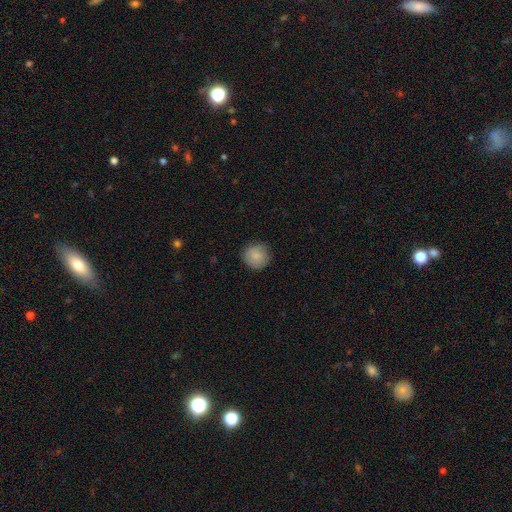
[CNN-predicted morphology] A smooth galaxy with no disk features (85%) that is round (92%). Merging: none (84%).